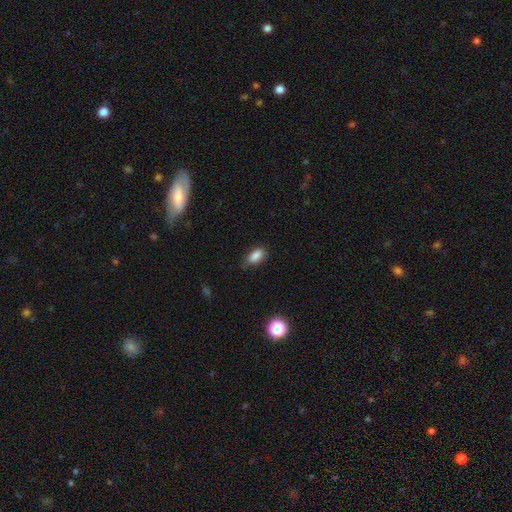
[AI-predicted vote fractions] A smooth galaxy with no disk features (85%) that is in between round and cigar-shaped (88%). Merging: none (69%).